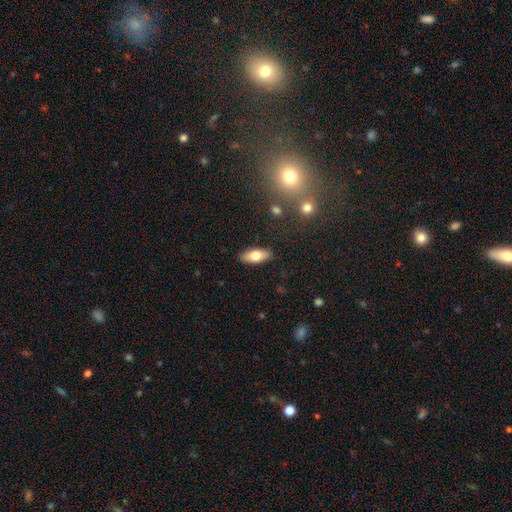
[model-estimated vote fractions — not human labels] Smooth or featured? smooth (72%)
How rounded? in between (81%)
Merging? none (88%)